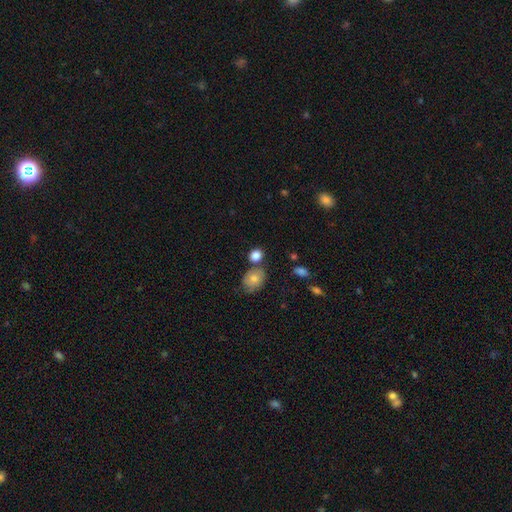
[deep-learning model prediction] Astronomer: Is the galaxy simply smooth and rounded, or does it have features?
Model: smooth — 83%.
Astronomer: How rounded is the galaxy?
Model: round — 65%.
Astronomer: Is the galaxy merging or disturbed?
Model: none — 64%.